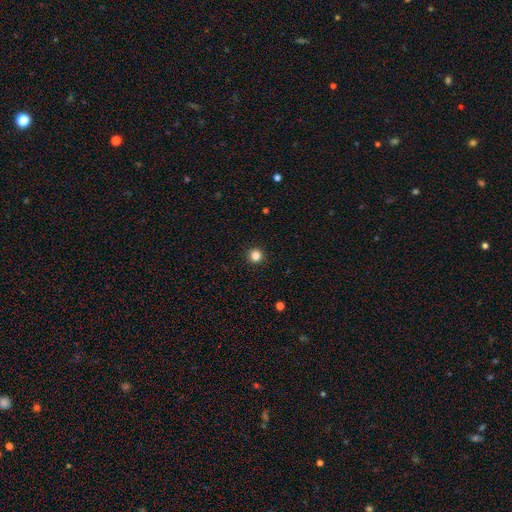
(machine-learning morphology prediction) Smooth or featured: smooth — 84% (star or artifact — 13%)
How rounded: round — 95% (in between — 4%)
Merging: none — 93% (minor disturbance — 4%)